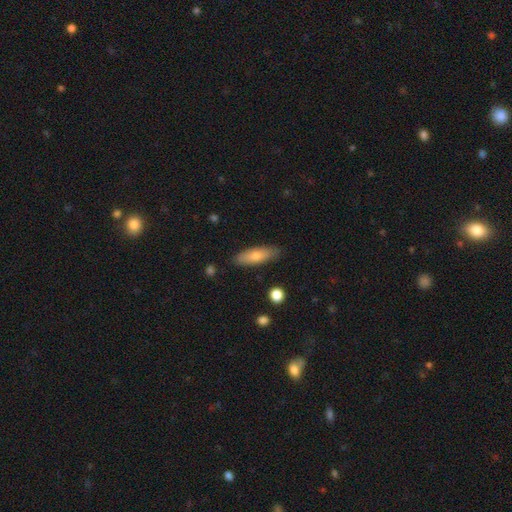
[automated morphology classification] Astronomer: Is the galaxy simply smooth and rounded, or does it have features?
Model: smooth — 70%.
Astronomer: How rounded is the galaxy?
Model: cigar-shaped — 52% (runner-up: in between, 46%).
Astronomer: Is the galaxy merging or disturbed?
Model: none — 87%.